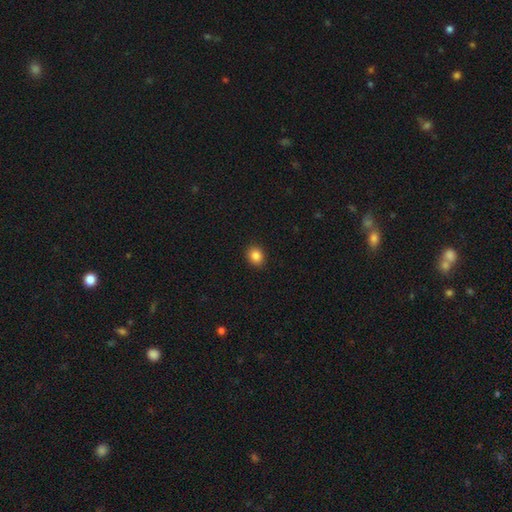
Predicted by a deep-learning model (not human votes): smooth 86%, star or artifact 10%, featured or disk 4%. Down the decision tree: how rounded — round (63%); merging — none (90%).